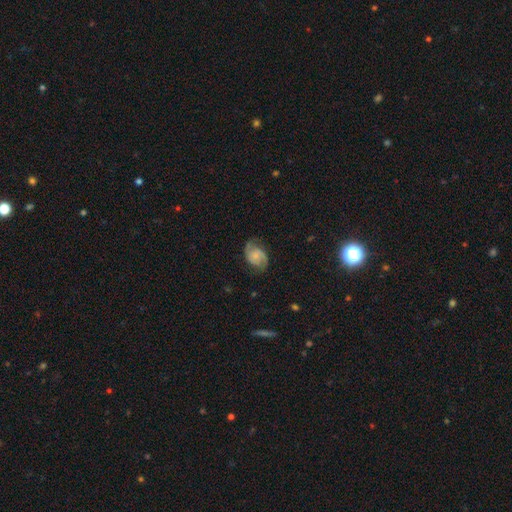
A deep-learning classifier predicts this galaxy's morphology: The model was most divided on "spiral winding": medium: 49%, loose: 26%, tight: 25%. More confident: edge-on disk — no (98%); spiral arms — yes (94%); spiral arm count — 2 (88%); smooth or featured — featured or disk (72%); merging — none (68%); bar — no (64%); bulge size — small (53%).